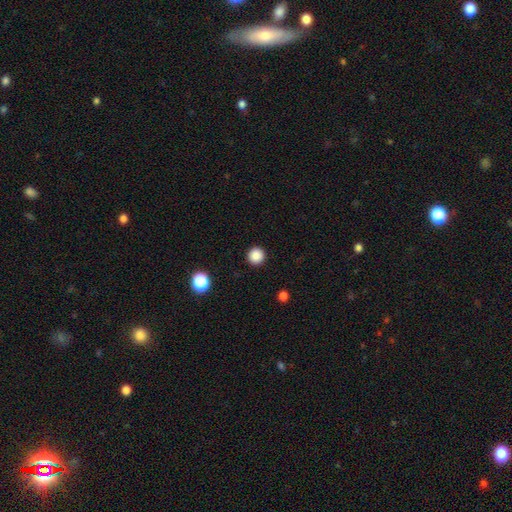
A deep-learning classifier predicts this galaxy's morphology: The model was most divided on "smooth or featured": smooth: 87%, star or artifact: 10%, featured or disk: 3%. More confident: how rounded — round (96%); merging — none (93%).